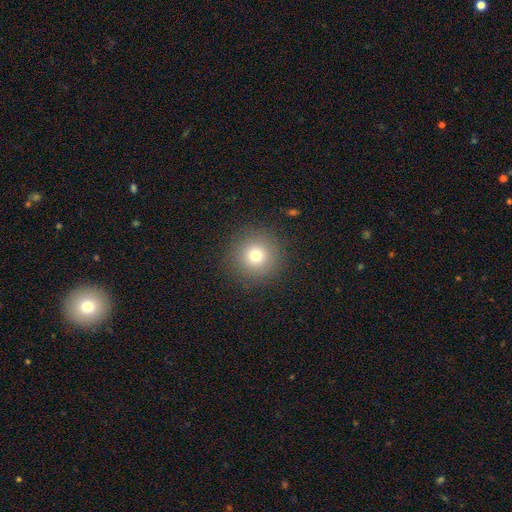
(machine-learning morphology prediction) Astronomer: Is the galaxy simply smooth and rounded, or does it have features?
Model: smooth — 75%.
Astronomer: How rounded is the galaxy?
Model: round — 96%.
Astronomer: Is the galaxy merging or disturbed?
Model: none — 90%.